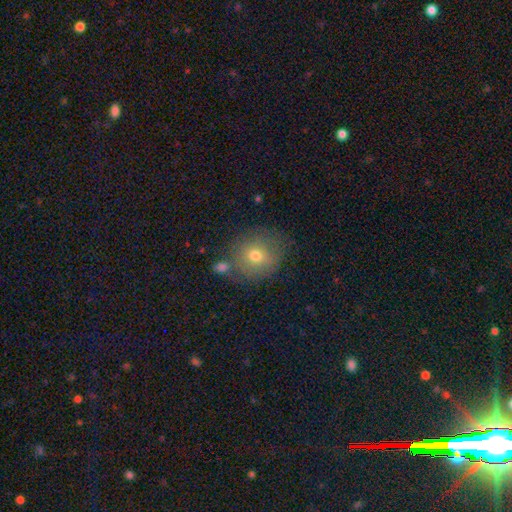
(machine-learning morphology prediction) Smooth or featured? smooth (70%)
How rounded? round (85%)
Merging? none (70%)